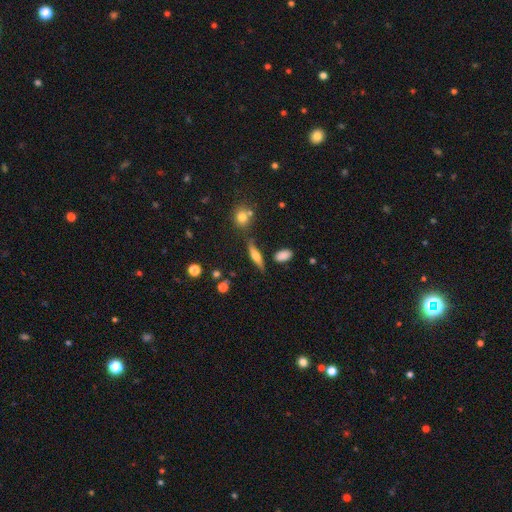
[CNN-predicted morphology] Smooth or featured?
  - featured or disk: 47% *
  - smooth: 44%
  - star or artifact: 9%
Merging?
  - none: 71% *
  - minor disturbance: 17%
  - merger: 6%
  - major disturbance: 5%